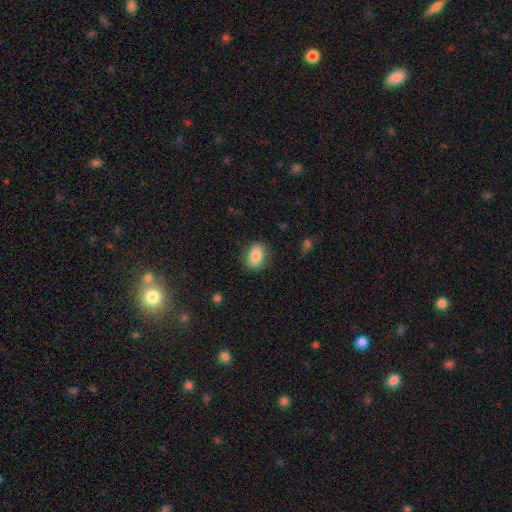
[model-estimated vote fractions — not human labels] Q: Smooth or featured?
A: smooth (82%); runner-up: featured or disk (11%)
Q: How rounded?
A: in between (76%); runner-up: round (22%)
Q: Merging?
A: none (81%); runner-up: minor disturbance (14%)